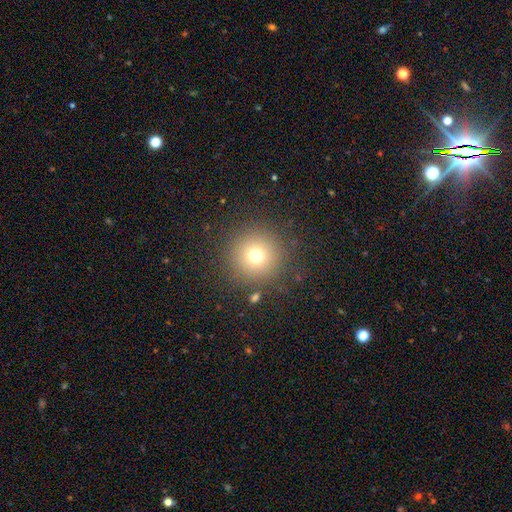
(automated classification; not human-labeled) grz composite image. It shows a smooth galaxy with no disk features (72%) that is round (96%). Merging: none (87%).